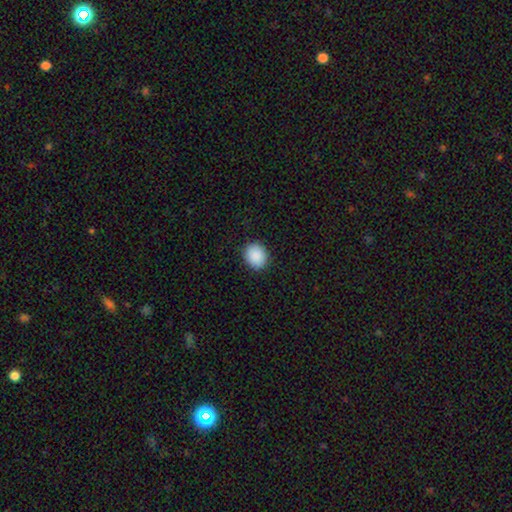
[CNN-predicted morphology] Smooth or featured?
  - smooth: 90% *
  - star or artifact: 7%
  - featured or disk: 3%
How rounded?
  - round: 71% *
  - in between: 29%
  - cigar-shaped: 1%
Merging?
  - none: 89% *
  - minor disturbance: 8%
  - major disturbance: 2%
  - merger: 1%